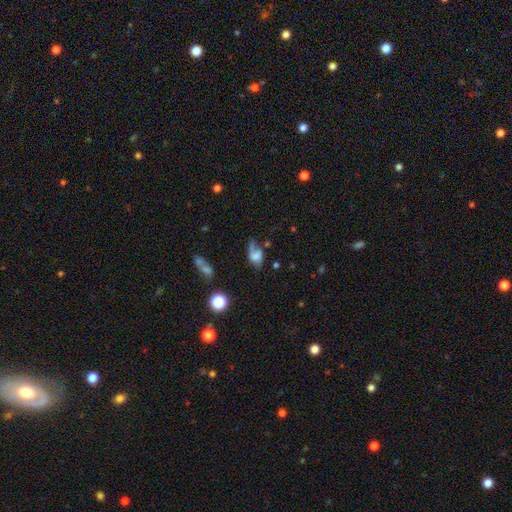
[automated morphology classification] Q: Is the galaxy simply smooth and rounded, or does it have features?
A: smooth — 52%.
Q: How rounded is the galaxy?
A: in between — 79%.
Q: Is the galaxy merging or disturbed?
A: major disturbance — 31%.